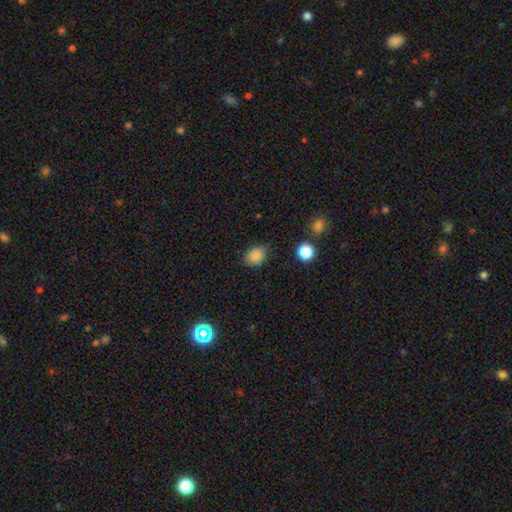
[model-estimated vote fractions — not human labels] Smooth or featured? Predicted: smooth (p=0.83). How rounded? Predicted: in between (p=0.58). Merging? Predicted: none (p=0.78).